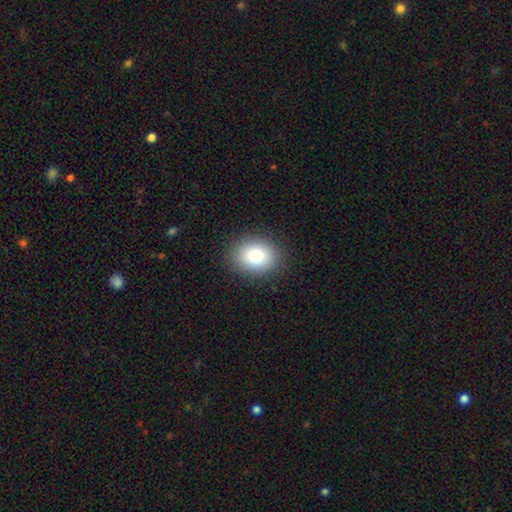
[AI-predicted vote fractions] Smooth or featured?
  - smooth: 82% *
  - star or artifact: 10%
  - featured or disk: 8%
How rounded?
  - in between: 61% *
  - round: 38%
  - cigar-shaped: 1%
Merging?
  - none: 88% *
  - minor disturbance: 8%
  - major disturbance: 3%
  - merger: 1%